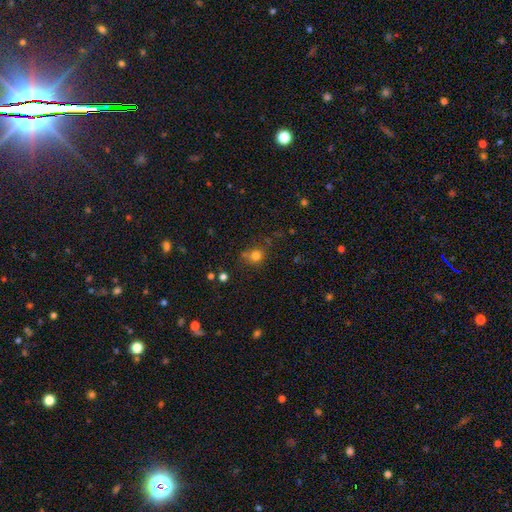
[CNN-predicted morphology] smooth 77%, star or artifact 16%, featured or disk 7%. Down the decision tree: how rounded — round (78%); merging — none (63%).